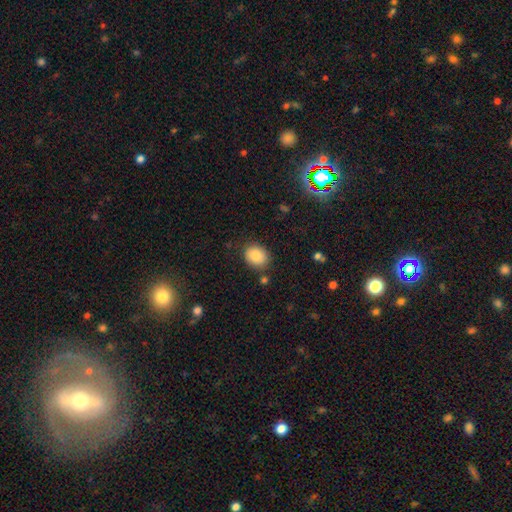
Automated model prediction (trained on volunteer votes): smooth 83%, star or artifact 9%, featured or disk 8%. Down the decision tree: how rounded — round (52%); merging — none (83%).